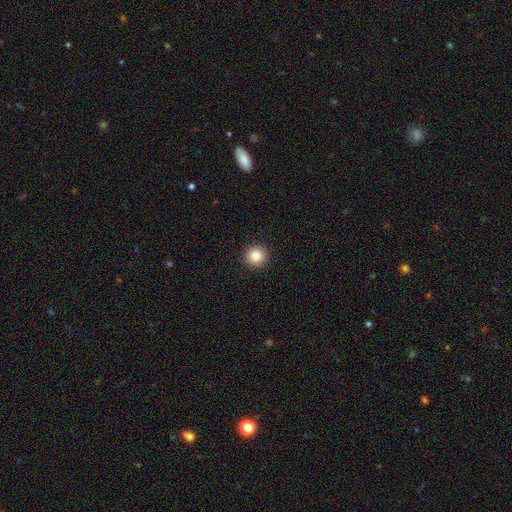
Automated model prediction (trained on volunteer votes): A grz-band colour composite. It shows a smooth galaxy with no disk features (86%) that is round (94%). Merging: none (93%).